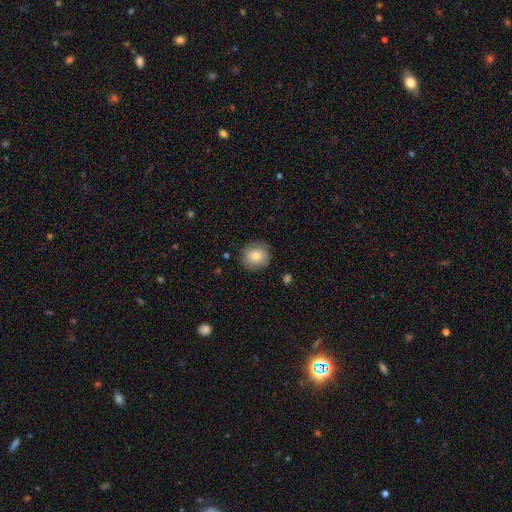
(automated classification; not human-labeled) smooth-or-featured: smooth: 79% | featured or disk: 13% | star or artifact: 8%
  how-rounded: round: 89% | in between: 10% | cigar-shaped: 1%
  merging: none: 85% | minor disturbance: 11% | major disturbance: 3% | merger: 1%